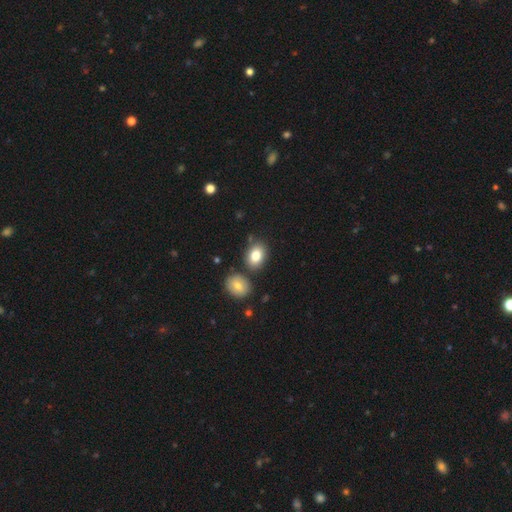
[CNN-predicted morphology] A smooth galaxy with no disk features (82%) that is in between round and cigar-shaped (71%). Merging: none (74%).